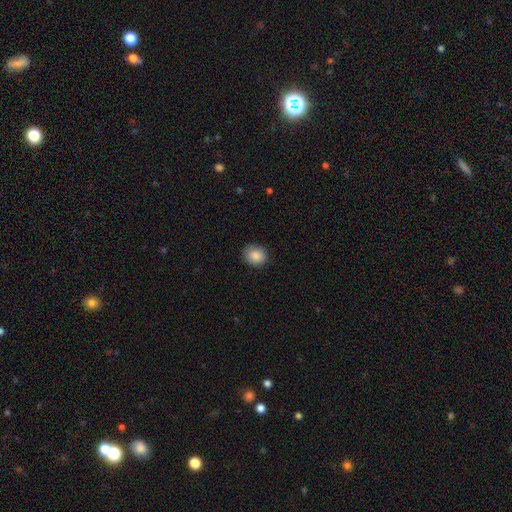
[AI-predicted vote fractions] smooth_or_featured: smooth (p=0.87) [alt: star or artifact p=0.08]
how_rounded: round (p=0.65) [alt: in between p=0.34]
merging: none (p=0.87) [alt: minor disturbance p=0.10]